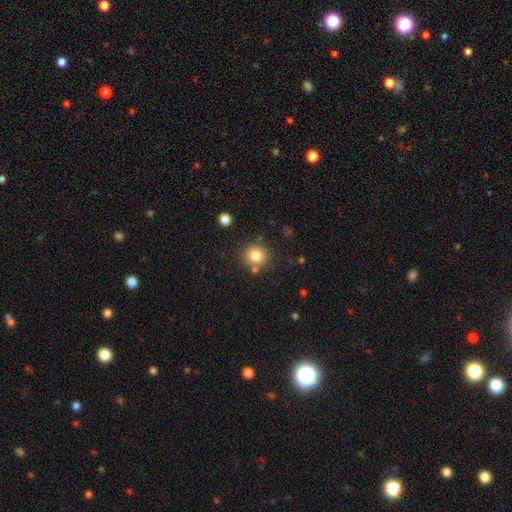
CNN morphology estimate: A smooth galaxy with no disk features (81%) that is round (91%). Merging: none (81%).